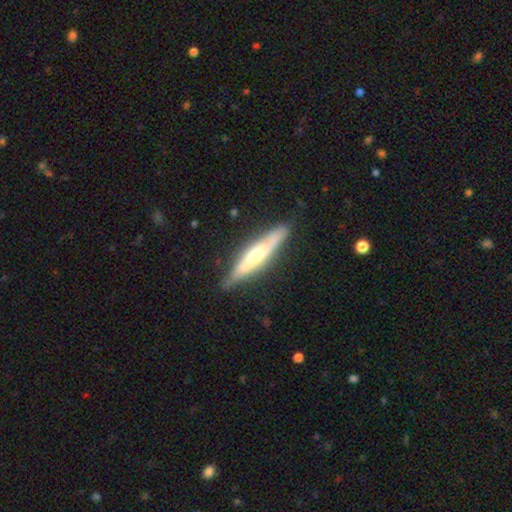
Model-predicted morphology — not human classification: smooth_or_featured: featured or disk (p=0.57) [alt: smooth p=0.37]
disk_edge_on: yes (p=0.86) [alt: no p=0.14]
merging: none (p=0.80) [alt: minor disturbance p=0.16]